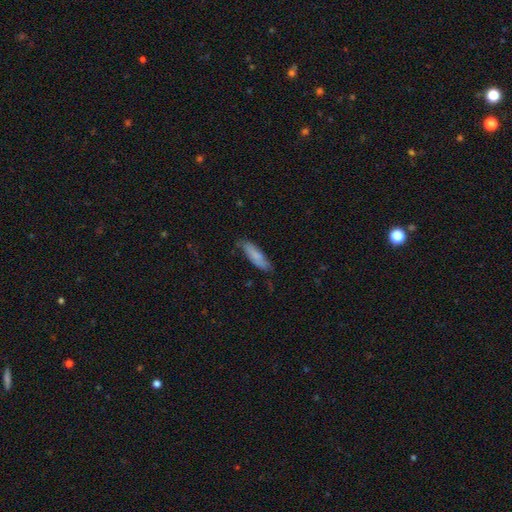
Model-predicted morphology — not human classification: Smooth or featured: smooth — 73% (featured or disk — 20%)
How rounded: cigar-shaped — 59% (in between — 40%)
Merging: none — 70% (minor disturbance — 23%)